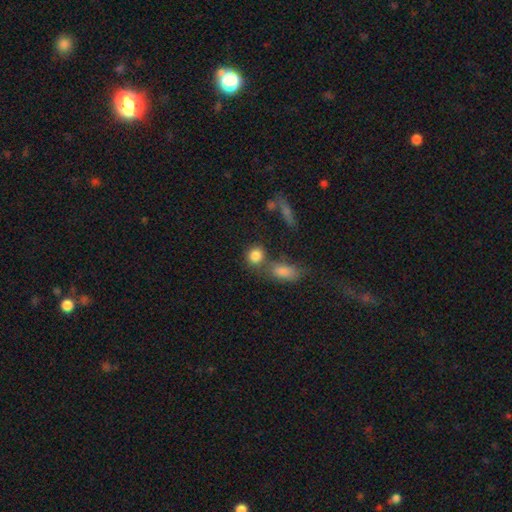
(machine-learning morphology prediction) Smooth or featured? Predicted: smooth (p=0.83). How rounded? Predicted: round (p=0.71). Merging? Predicted: none (p=0.56).